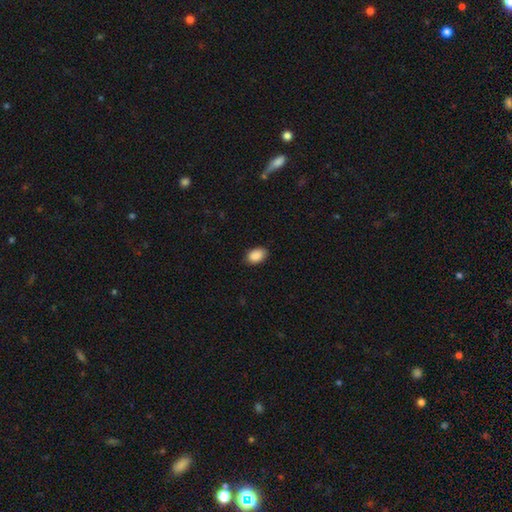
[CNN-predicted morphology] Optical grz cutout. It shows a smooth galaxy with no disk features (90%) that is in between round and cigar-shaped (88%). Merging: none (84%).